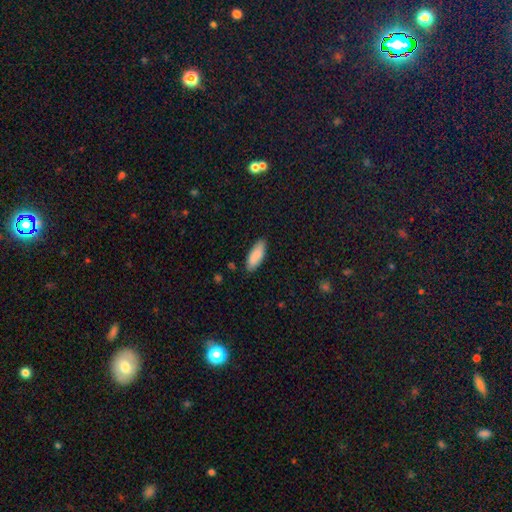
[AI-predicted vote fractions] A smooth galaxy with no disk features (88%) that is in between round and cigar-shaped (76%).

Vote fractions:
- Smooth or featured? smooth: 88% / featured or disk: 6% / star or artifact: 6%
- How rounded? in between: 76% / cigar-shaped: 22% / round: 2%
- Merging? none: 86% / minor disturbance: 11% / major disturbance: 2% / merger: 1%